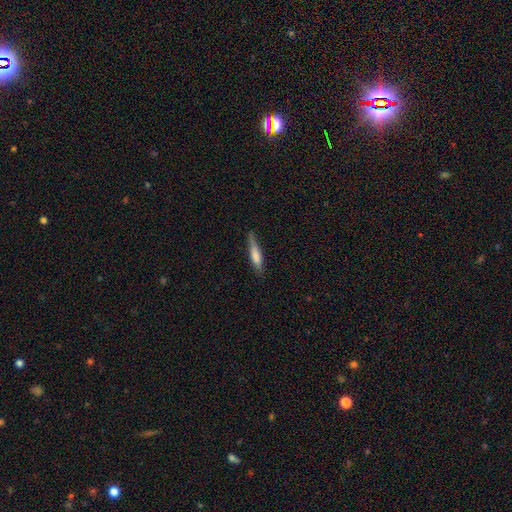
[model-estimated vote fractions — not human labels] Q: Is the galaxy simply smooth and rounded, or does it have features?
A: smooth — 69%.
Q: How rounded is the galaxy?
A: cigar-shaped — 84%.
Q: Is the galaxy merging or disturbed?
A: none — 72%.